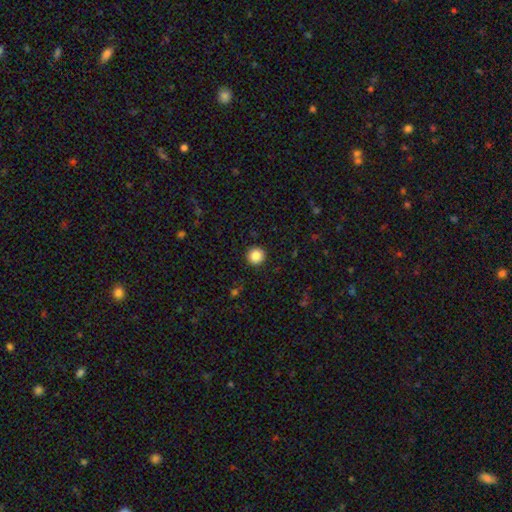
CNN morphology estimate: smooth-or-featured: smooth: 86% | star or artifact: 9% | featured or disk: 4%
  how-rounded: round: 95% | in between: 4% | cigar-shaped: 1%
  merging: none: 93% | minor disturbance: 5% | major disturbance: 2% | merger: 1%